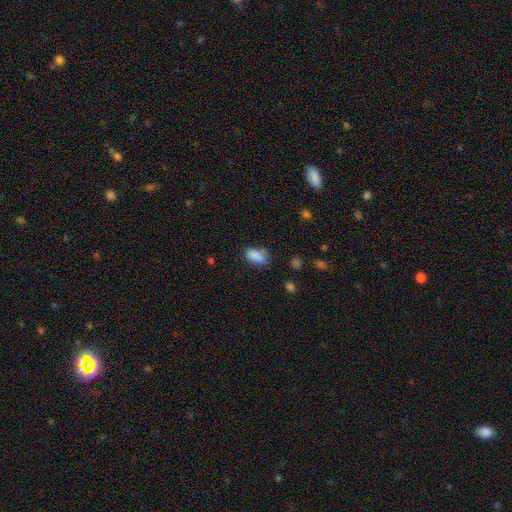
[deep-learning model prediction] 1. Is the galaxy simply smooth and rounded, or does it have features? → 86% smooth, 9% star or artifact, 5% featured or disk.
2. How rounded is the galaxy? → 91% in between, 5% round, 4% cigar-shaped.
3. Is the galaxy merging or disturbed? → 66% none, 23% minor disturbance, 6% major disturbance, 5% merger.